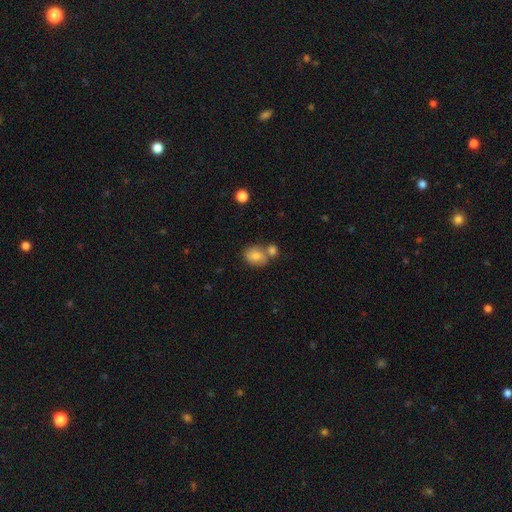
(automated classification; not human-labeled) A smooth galaxy with no disk features (76%) that is round (55%).

Vote fractions:
- Smooth or featured? smooth: 76% / featured or disk: 15% / star or artifact: 9%
- How rounded? round: 55% / in between: 44% / cigar-shaped: 1%
- Merging? none: 51% / merger: 33% / minor disturbance: 12% / major disturbance: 4%